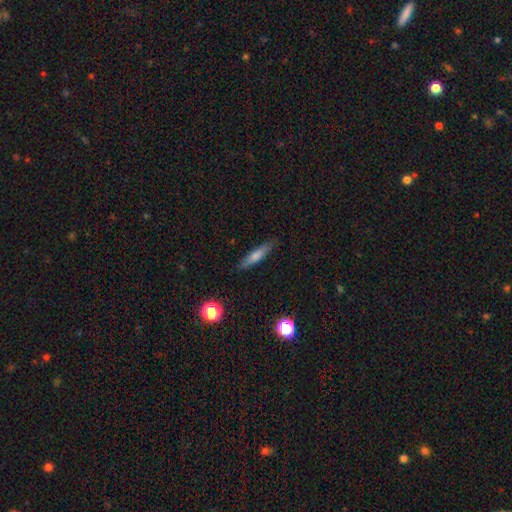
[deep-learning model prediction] Q: Smooth or featured?
A: smooth (59%); runner-up: featured or disk (33%)
Q: How rounded?
A: cigar-shaped (84%); runner-up: in between (13%)
Q: Merging?
A: none (87%); runner-up: minor disturbance (10%)